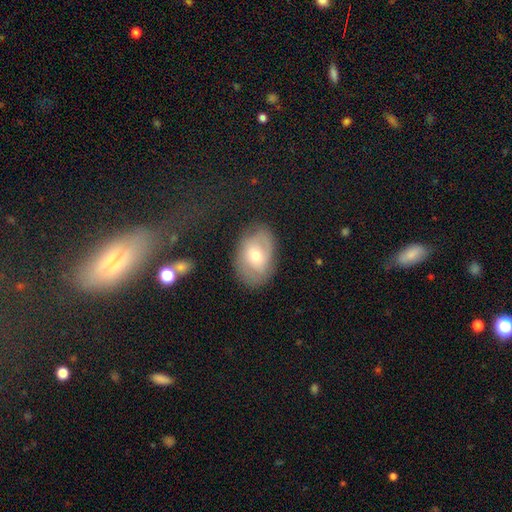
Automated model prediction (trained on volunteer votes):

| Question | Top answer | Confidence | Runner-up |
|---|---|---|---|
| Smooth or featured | featured or disk | 48% | smooth (44%) |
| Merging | none | 77% | minor disturbance (16%) |